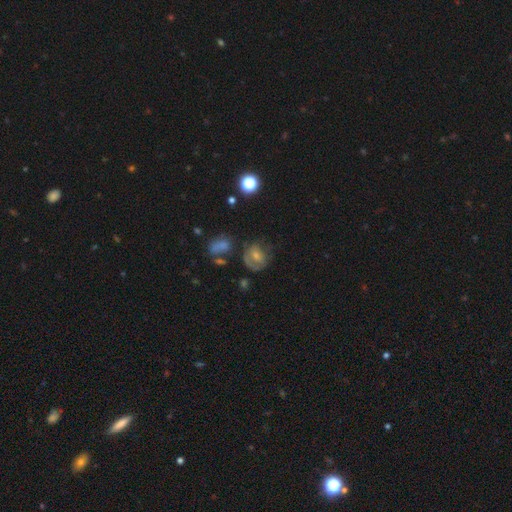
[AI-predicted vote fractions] Overall: smooth (47%; featured or disk 41%). Merging: none (49%; minor disturbance 25%).